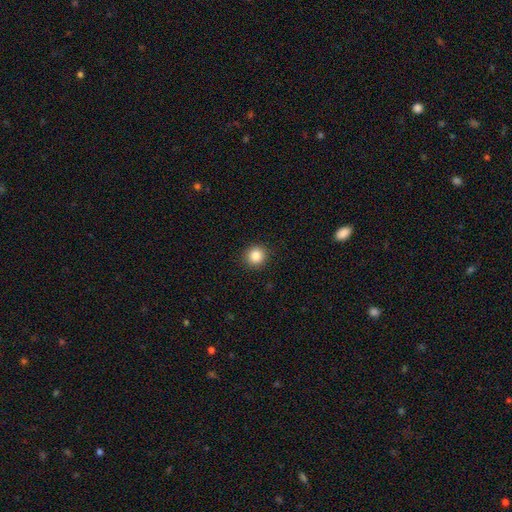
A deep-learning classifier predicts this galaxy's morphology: Smooth or featured? smooth (85%)
How rounded? round (92%)
Merging? none (92%)